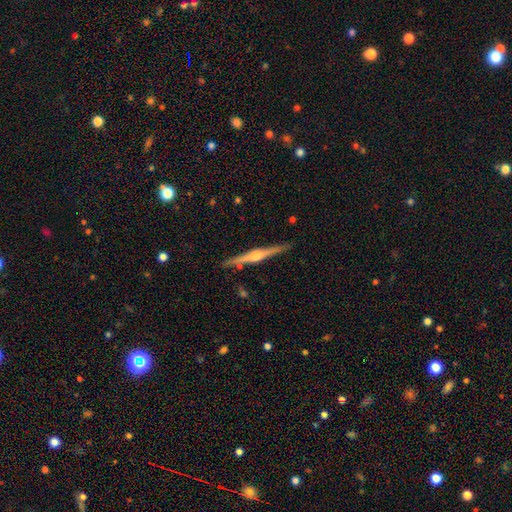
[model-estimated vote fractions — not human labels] Smooth or featured? featured or disk (78%)
Edge-on disk? yes (98%)
Edge-on bulge? rounded (86%)
Merging? none (88%)